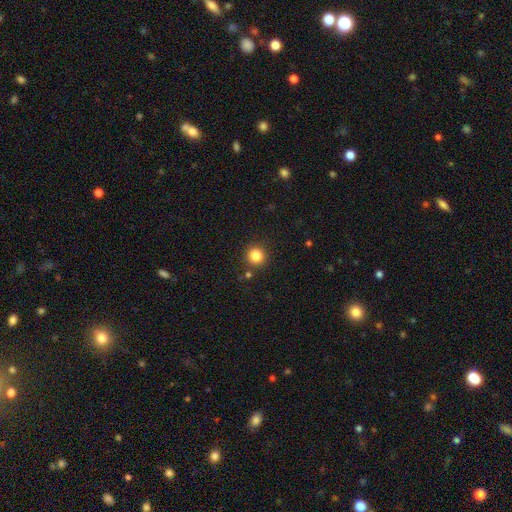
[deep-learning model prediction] Overall: smooth (84%). How rounded: round (93%). Merging: none (87%).